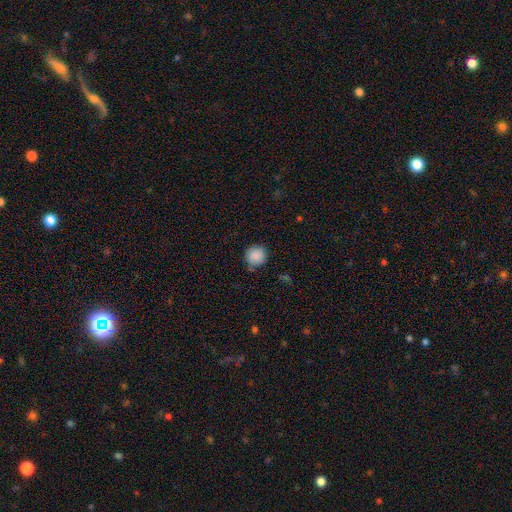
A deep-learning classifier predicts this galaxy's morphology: Smooth or featured? smooth (88%)
How rounded? round (91%)
Merging? none (73%)